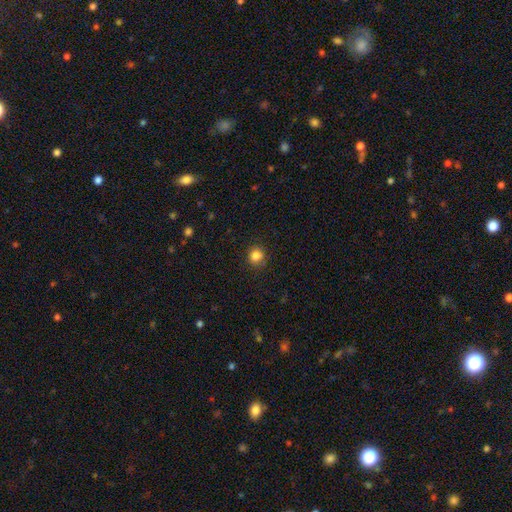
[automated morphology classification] Smooth or featured: smooth — 84% (star or artifact — 12%)
How rounded: round — 87% (in between — 12%)
Merging: none — 85% (minor disturbance — 10%)